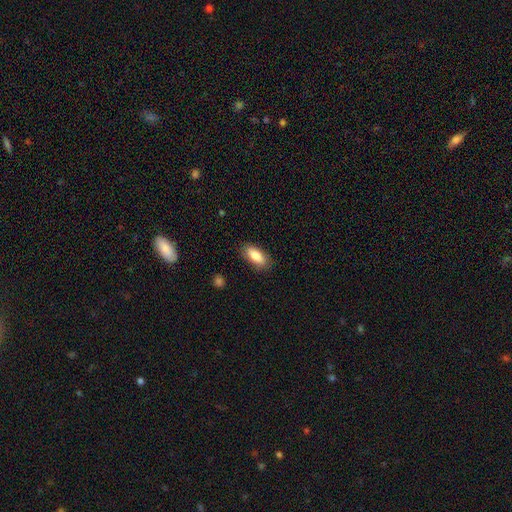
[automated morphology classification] This appears to be a smooth galaxy with no disk features (81%) that is in between round and cigar-shaped (82%). Merging: none (86%).